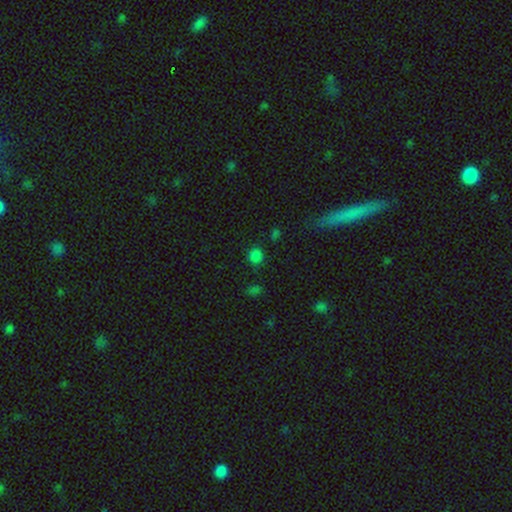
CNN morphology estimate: Q: Smooth or featured?
A: smooth (77%); runner-up: star or artifact (19%)
Q: How rounded?
A: round (87%); runner-up: in between (12%)
Q: Merging?
A: none (82%); runner-up: minor disturbance (11%)